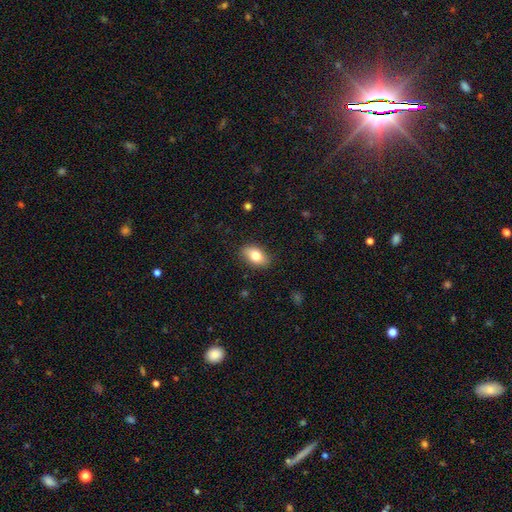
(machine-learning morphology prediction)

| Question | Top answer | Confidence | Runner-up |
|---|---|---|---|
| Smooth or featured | smooth | 79% | featured or disk (14%) |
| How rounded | in between | 89% | round (9%) |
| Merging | none | 86% | minor disturbance (10%) |